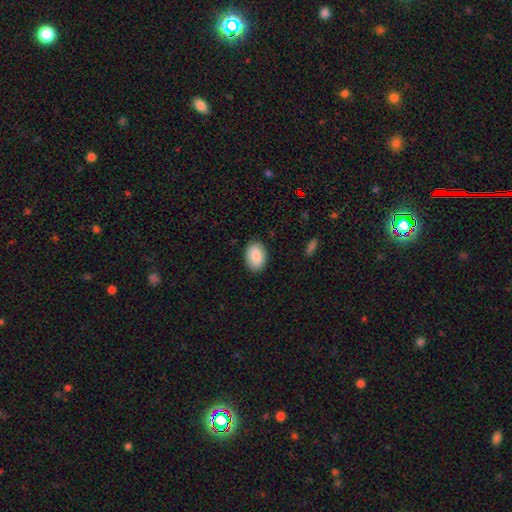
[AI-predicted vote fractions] smooth 88%, featured or disk 6%, star or artifact 6%. Down the decision tree: how rounded — in between (86%); merging — none (87%).